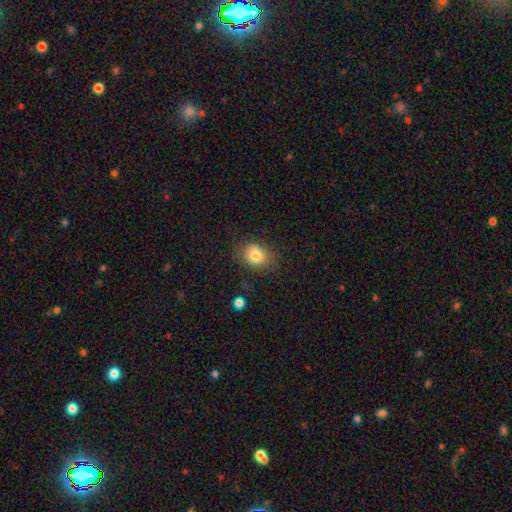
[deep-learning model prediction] This is likely a smooth galaxy (80%). How rounded: possibly in between (52%). Merging: likely none (71%).